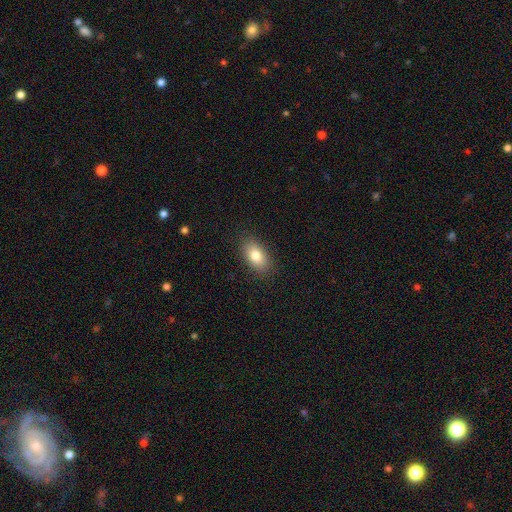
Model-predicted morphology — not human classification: smooth-or-featured: smooth: 81% | featured or disk: 11% | star or artifact: 8%
  how-rounded: in between: 90% | round: 6% | cigar-shaped: 4%
  merging: none: 87% | minor disturbance: 9% | major disturbance: 3% | merger: 1%